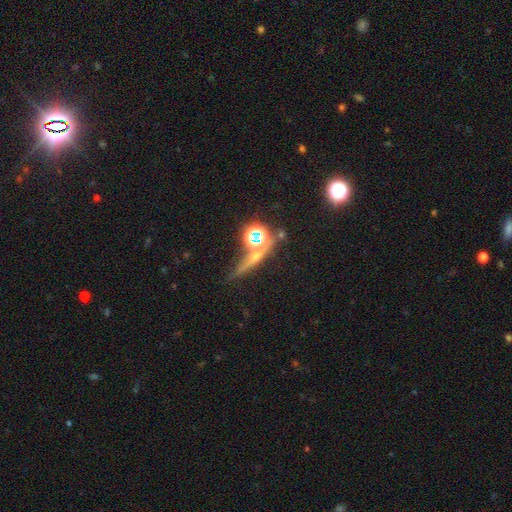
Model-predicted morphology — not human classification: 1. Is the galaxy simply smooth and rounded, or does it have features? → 44% star or artifact, 28% featured or disk, 28% smooth.